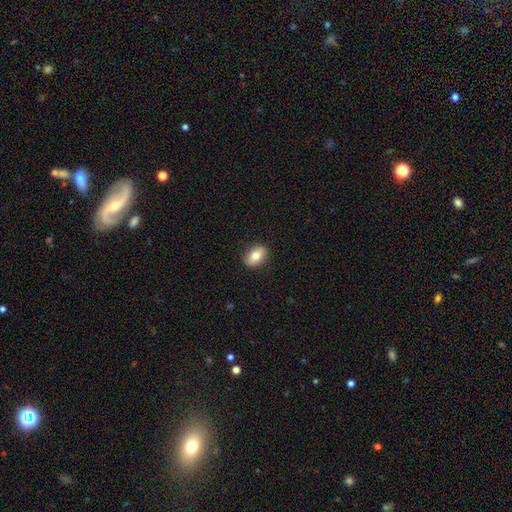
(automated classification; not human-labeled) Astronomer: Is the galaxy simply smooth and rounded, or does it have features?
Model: smooth — 75%.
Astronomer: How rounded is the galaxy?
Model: in between — 83%.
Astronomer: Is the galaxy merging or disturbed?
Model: none — 87%.